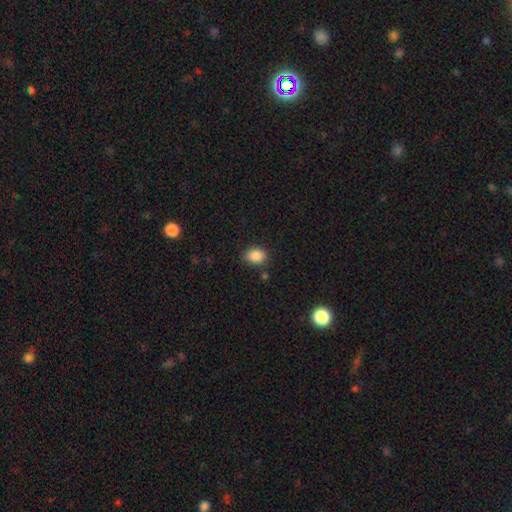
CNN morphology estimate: Smooth or featured? Predicted: smooth (p=0.87). How rounded? Predicted: in between (p=0.68). Merging? Predicted: none (p=0.81).